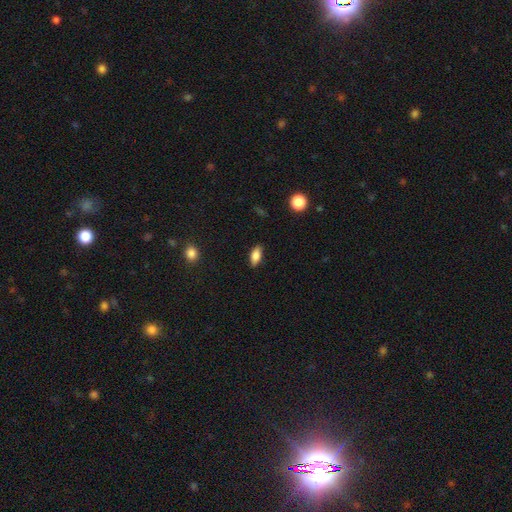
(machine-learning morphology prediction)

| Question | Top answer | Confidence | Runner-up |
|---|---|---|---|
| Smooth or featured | smooth | 79% | featured or disk (13%) |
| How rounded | in between | 83% | cigar-shaped (13%) |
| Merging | none | 86% | minor disturbance (11%) |